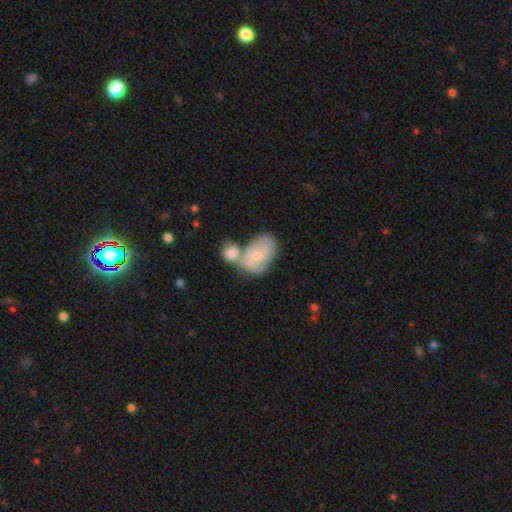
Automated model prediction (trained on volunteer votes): Q: Smooth or featured?
A: smooth (53%); runner-up: featured or disk (40%)
Q: How rounded?
A: in between (81%); runner-up: round (17%)
Q: Merging?
A: merger (52%); runner-up: none (25%)